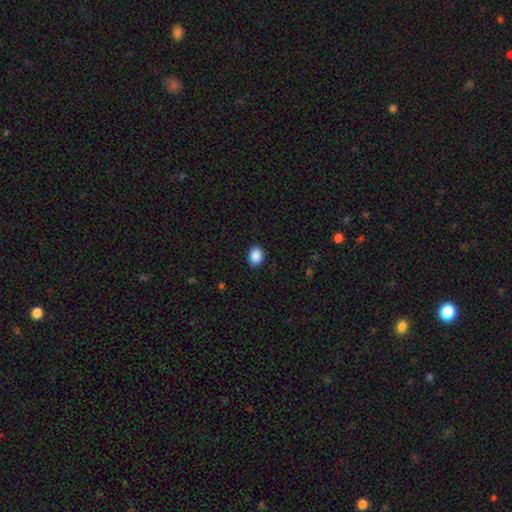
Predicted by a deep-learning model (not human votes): A smooth galaxy with no disk features (89%) that is in between round and cigar-shaped (66%). Merging: none (90%).